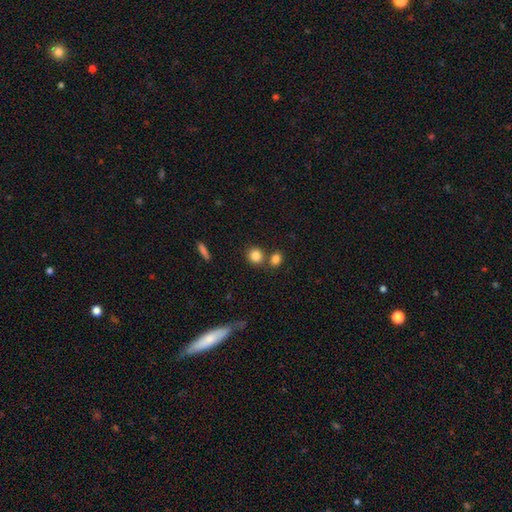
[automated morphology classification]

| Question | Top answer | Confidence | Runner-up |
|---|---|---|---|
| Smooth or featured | smooth | 84% | star or artifact (9%) |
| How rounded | round | 82% | in between (17%) |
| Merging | none | 67% | merger (22%) |